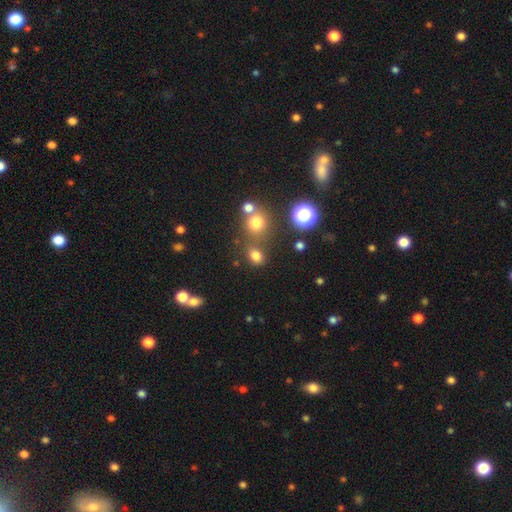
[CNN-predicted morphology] smooth_or_featured: smooth (p=0.74) [alt: star or artifact p=0.19]
how_rounded: round (p=0.49) [tied with: in between p=0.49]
merging: none (p=0.66) [alt: merger p=0.17]